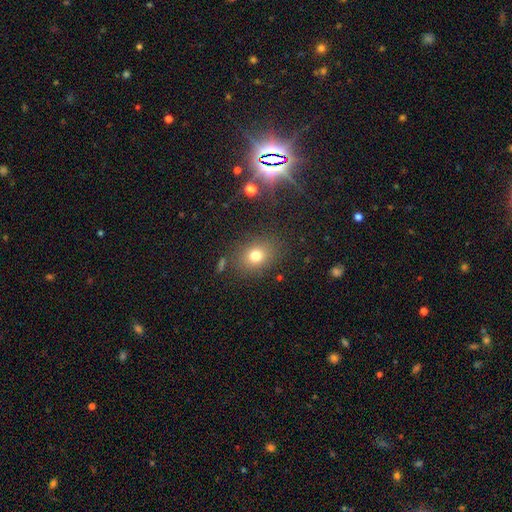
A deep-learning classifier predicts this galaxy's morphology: Overall: smooth (76%). How rounded: round (51%; in between 48%). Merging: none (81%).